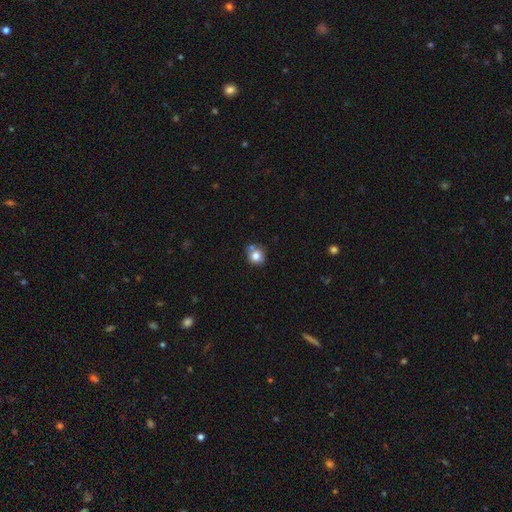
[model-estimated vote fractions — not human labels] This appears to be a smooth galaxy with no disk features (79%) that is round (78%). Merging: none (63%).